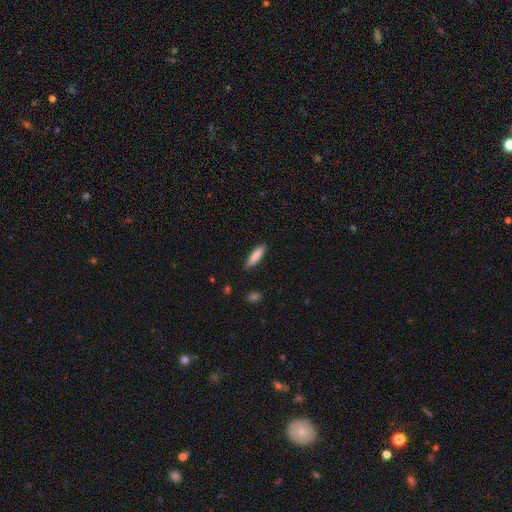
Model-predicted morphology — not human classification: This is clearly a smooth galaxy (85%). How rounded: likely cigar-shaped (67%). Merging: clearly none (86%).